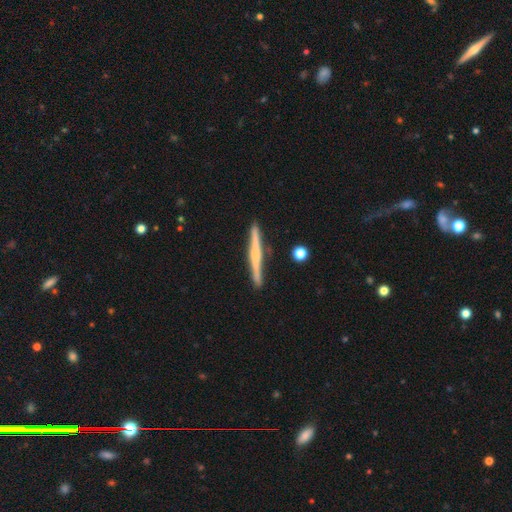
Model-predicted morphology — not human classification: Smooth or featured? featured or disk (62%)
Edge-on disk? yes (97%)
Edge-on bulge? none (45%)
Merging? none (87%)